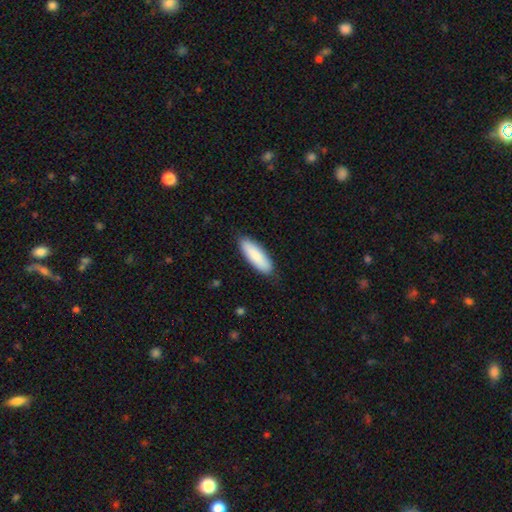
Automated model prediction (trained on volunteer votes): Smooth or featured? Predicted: smooth (p=0.87). How rounded? Predicted: in between (p=0.54). Merging? Predicted: none (p=0.86).